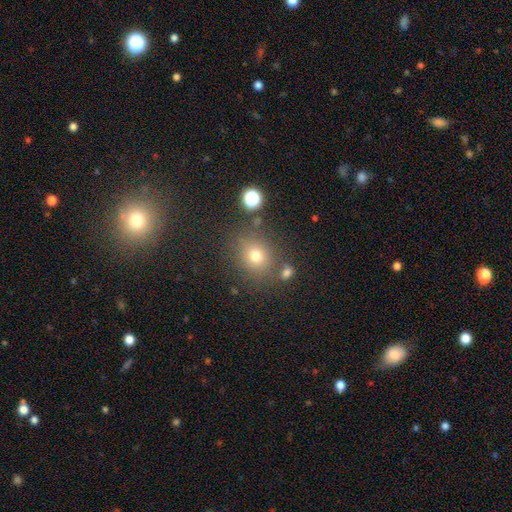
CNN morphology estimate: A smooth galaxy with no disk features (73%) that is round (77%). Merging: none (75%).